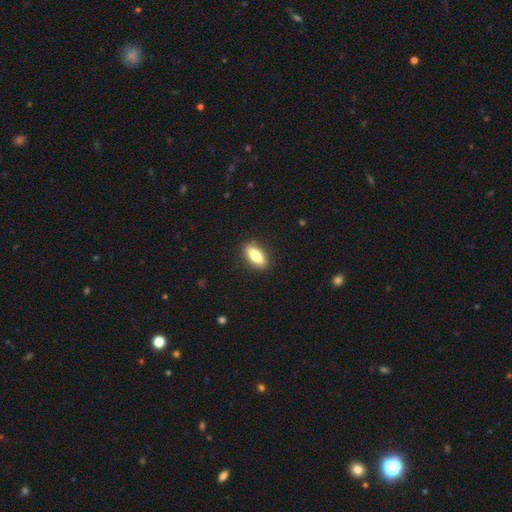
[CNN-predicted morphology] A smooth galaxy with no disk features (73%) that is in between round and cigar-shaped (71%).

Vote fractions:
- Smooth or featured? smooth: 73% / featured or disk: 20% / star or artifact: 7%
- How rounded? in between: 71% / cigar-shaped: 26% / round: 3%
- Merging? none: 88% / minor disturbance: 8% / major disturbance: 2% / merger: 1%